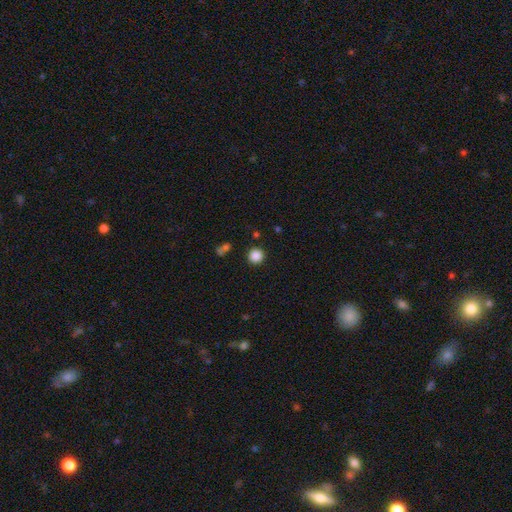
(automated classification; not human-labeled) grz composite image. It shows a smooth galaxy with no disk features (86%) that is round (95%). Merging: none (90%).